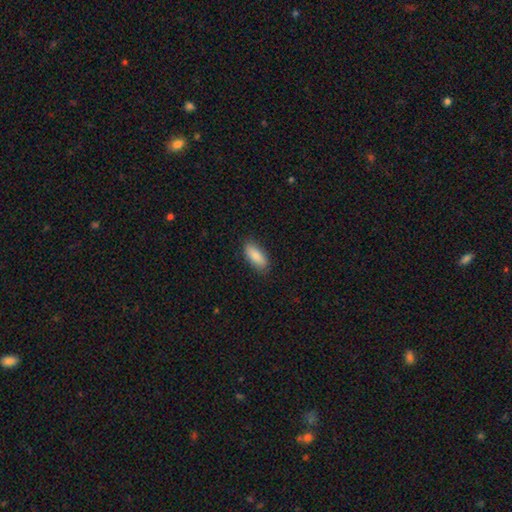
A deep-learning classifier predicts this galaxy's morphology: A smooth galaxy with no disk features (87%) that is in between round and cigar-shaped (81%).

Vote fractions:
- Smooth or featured? smooth: 87% / featured or disk: 7% / star or artifact: 6%
- How rounded? in between: 81% / cigar-shaped: 17% / round: 2%
- Merging? none: 86% / minor disturbance: 10% / major disturbance: 2% / merger: 1%